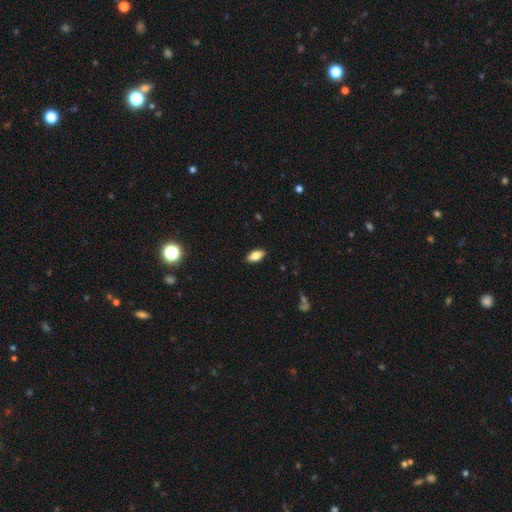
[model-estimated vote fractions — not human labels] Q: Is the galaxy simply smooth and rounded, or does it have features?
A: smooth — 76%.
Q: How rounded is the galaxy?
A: in between — 88%.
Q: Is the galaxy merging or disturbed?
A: none — 89%.